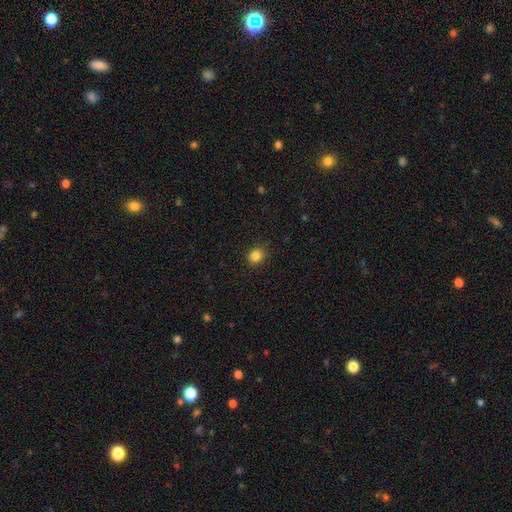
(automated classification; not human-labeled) smooth-or-featured: smooth: 84% | star or artifact: 11% | featured or disk: 4%
  how-rounded: round: 83% | in between: 16% | cigar-shaped: 1%
  merging: none: 90% | minor disturbance: 7% | major disturbance: 2% | merger: 1%